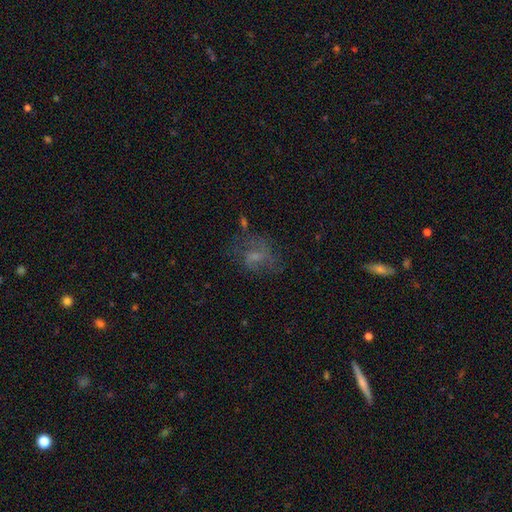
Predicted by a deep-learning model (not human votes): Q: Smooth or featured?
A: featured or disk (46%); runner-up: smooth (36%)
Q: Merging?
A: none (51%); runner-up: major disturbance (25%)